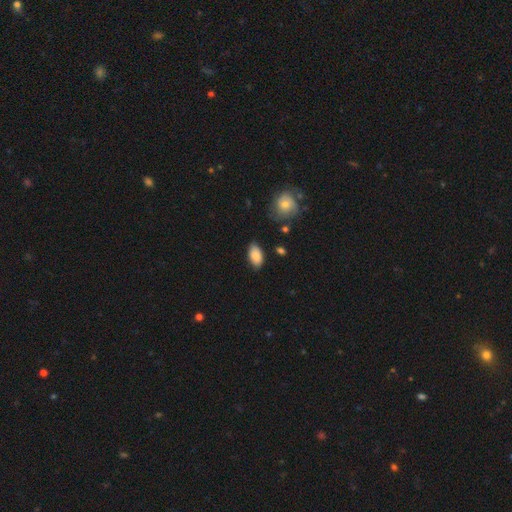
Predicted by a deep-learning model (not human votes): smooth-or-featured: smooth: 85% | featured or disk: 8% | star or artifact: 7%
  how-rounded: in between: 94% | round: 4% | cigar-shaped: 2%
  merging: none: 82% | minor disturbance: 14% | major disturbance: 3% | merger: 2%